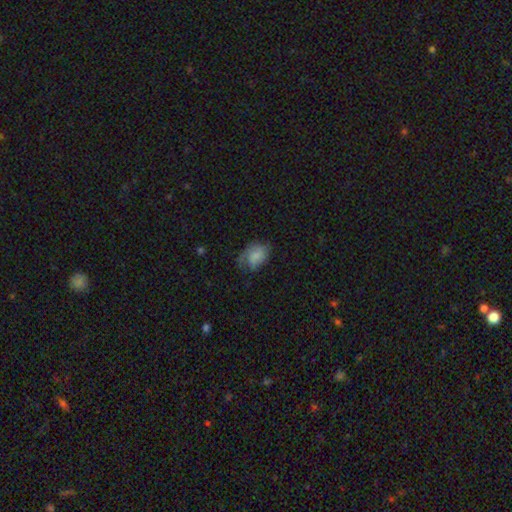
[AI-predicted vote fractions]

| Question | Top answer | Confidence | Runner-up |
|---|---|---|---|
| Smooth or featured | smooth | 64% | featured or disk (27%) |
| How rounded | in between | 73% | round (25%) |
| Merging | none | 43% | minor disturbance (33%) |